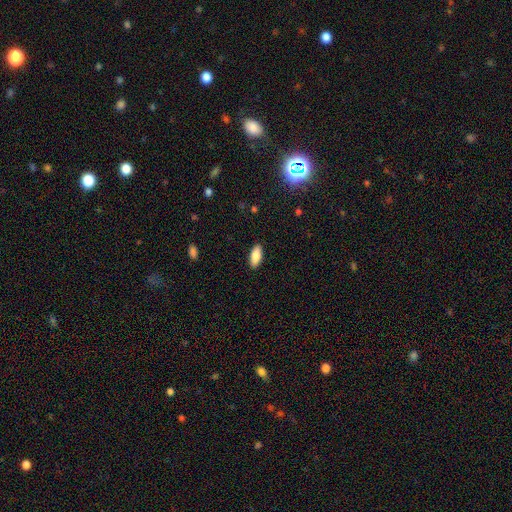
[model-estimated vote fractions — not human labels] Smooth or featured? smooth (84%)
How rounded? in between (85%)
Merging? none (89%)